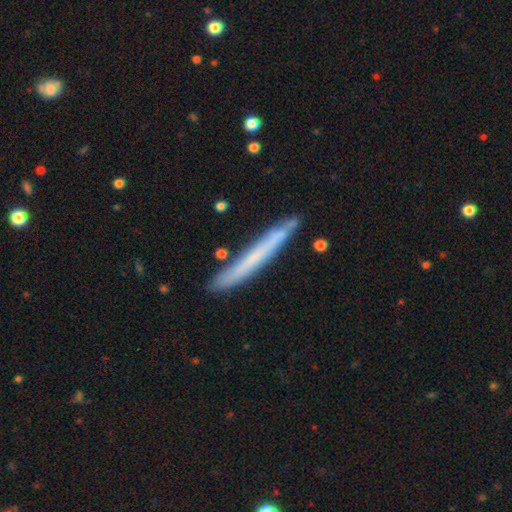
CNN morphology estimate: smooth-or-featured: smooth: 55% | featured or disk: 39% | star or artifact: 6%
  how-rounded: cigar-shaped: 97% | in between: 2% | round: 1%
  merging: none: 82% | minor disturbance: 12% | merger: 4% | major disturbance: 2%